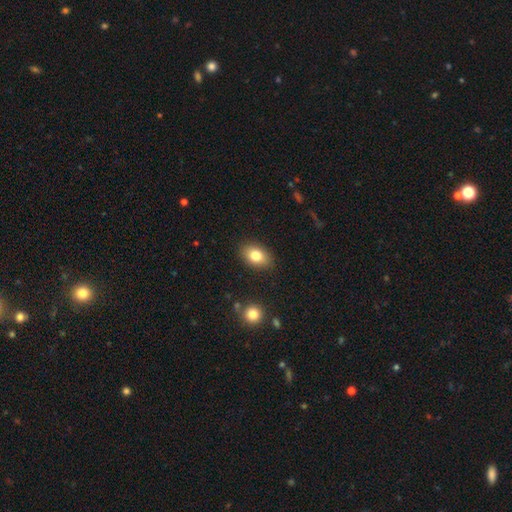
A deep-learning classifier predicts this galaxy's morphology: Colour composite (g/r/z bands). It shows a smooth galaxy with no disk features (80%) that is in between round and cigar-shaped (82%). Merging: none (87%).